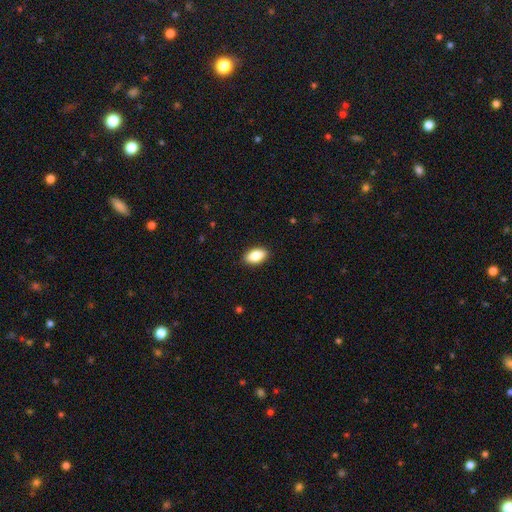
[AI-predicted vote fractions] A smooth galaxy with no disk features (85%) that is in between round and cigar-shaped (92%). Merging: none (90%).